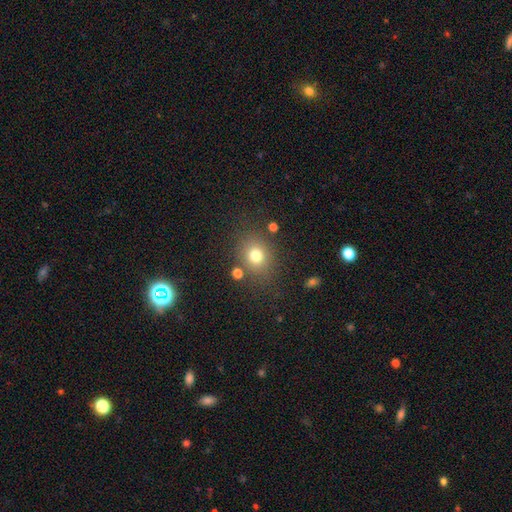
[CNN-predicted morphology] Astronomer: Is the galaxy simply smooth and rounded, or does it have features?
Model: smooth — 75%.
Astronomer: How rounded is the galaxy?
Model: round — 67%.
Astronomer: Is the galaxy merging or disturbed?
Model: none — 78%.